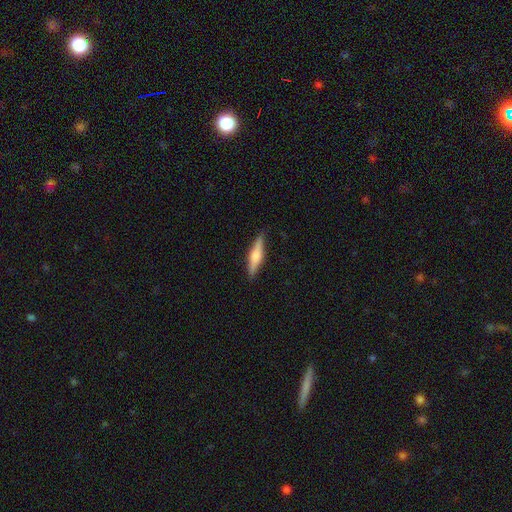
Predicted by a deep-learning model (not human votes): smooth_or_featured: smooth (p=0.48) [alt: featured or disk p=0.46]
merging: none (p=0.87) [alt: minor disturbance p=0.10]